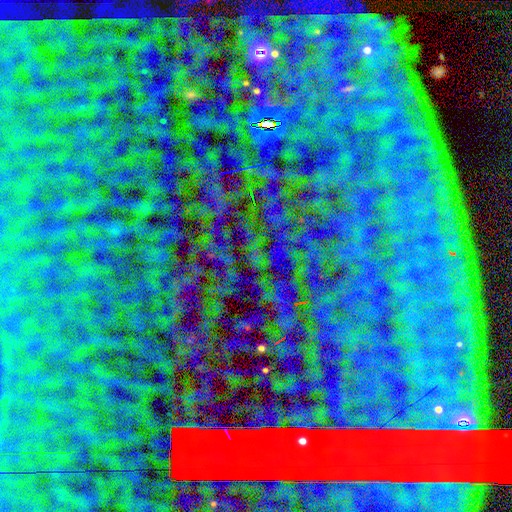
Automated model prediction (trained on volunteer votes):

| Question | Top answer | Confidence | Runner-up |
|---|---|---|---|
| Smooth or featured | star or artifact | 82% | smooth (10%) |